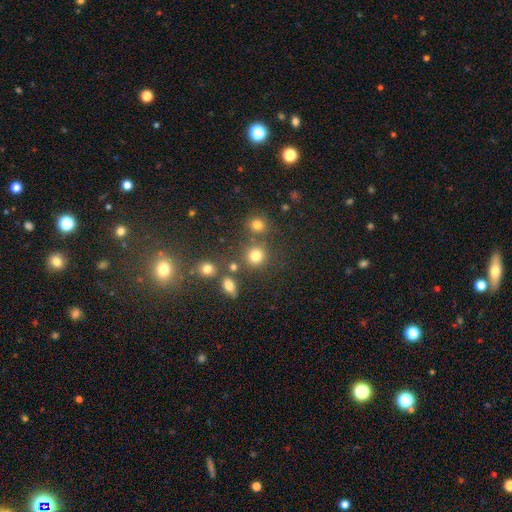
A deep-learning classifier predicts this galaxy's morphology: smooth 78%, star or artifact 16%, featured or disk 7%. Down the decision tree: how rounded — round (88%); merging — none (71%).